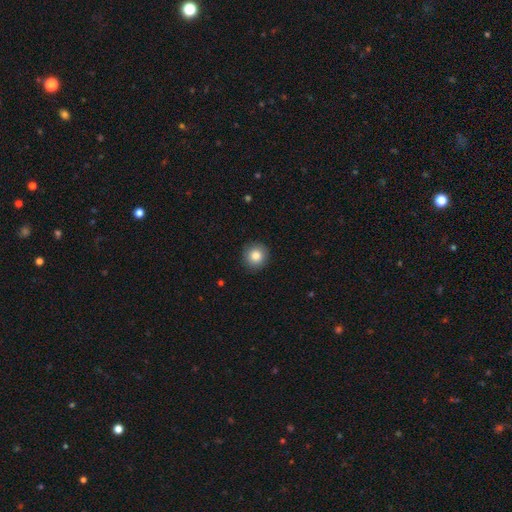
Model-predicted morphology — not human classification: smooth_or_featured: smooth (p=0.84) [alt: star or artifact p=0.09]
how_rounded: round (p=0.93) [alt: in between p=0.06]
merging: none (p=0.91) [alt: minor disturbance p=0.06]